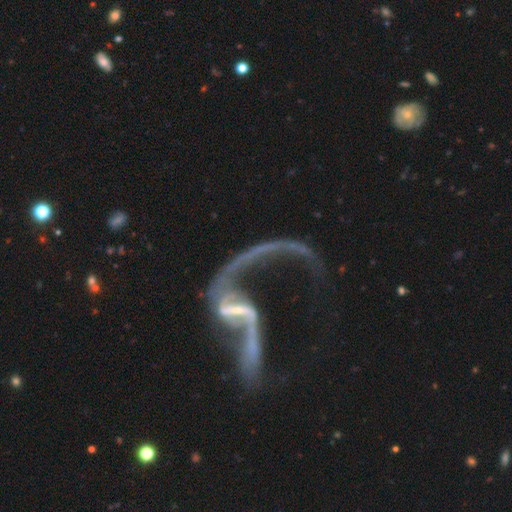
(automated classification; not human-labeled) Smooth or featured?
  - featured or disk: 82% *
  - star or artifact: 10%
  - smooth: 7%
Edge-on disk?
  - no: 92% *
  - yes: 8%
Bar?
  - no: 47% *
  - weak: 31%
  - strong: 22%
Spiral arms?
  - yes: 77% *
  - no: 23%
Spiral winding?
  - loose: 90% *
  - medium: 7%
  - tight: 3%
Spiral arm count?
  - 2: 62% *
  - 1: 27%
  - can't tell: 5%
  - 3: 2%
  - 4: 2%
  - more than 4: 2%
Bulge size?
  - small: 53% *
  - none: 31%
  - moderate: 12%
  - large: 2%
  - dominant: 2%
Merging?
  - major disturbance: 34% *
  - merger: 33%
  - none: 22%
  - minor disturbance: 10%